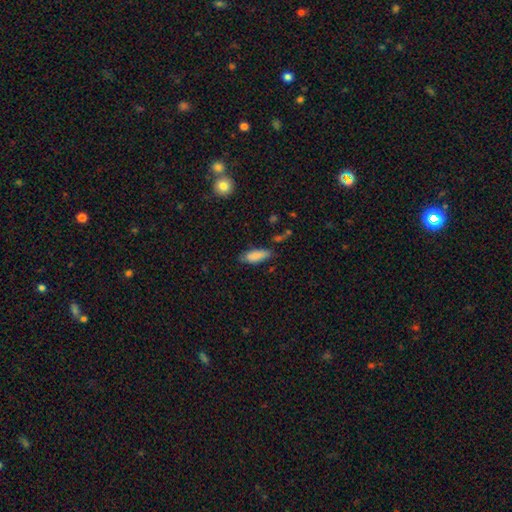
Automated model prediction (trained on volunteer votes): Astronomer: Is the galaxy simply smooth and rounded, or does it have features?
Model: smooth — 85%.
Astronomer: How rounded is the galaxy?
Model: in between — 70%.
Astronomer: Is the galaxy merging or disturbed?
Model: none — 71%.